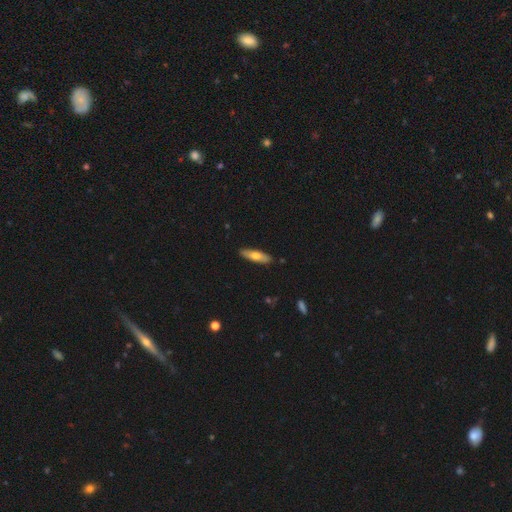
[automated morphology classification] This is likely a smooth galaxy (62%). How rounded: likely cigar-shaped (61%). Merging: clearly none (88%).